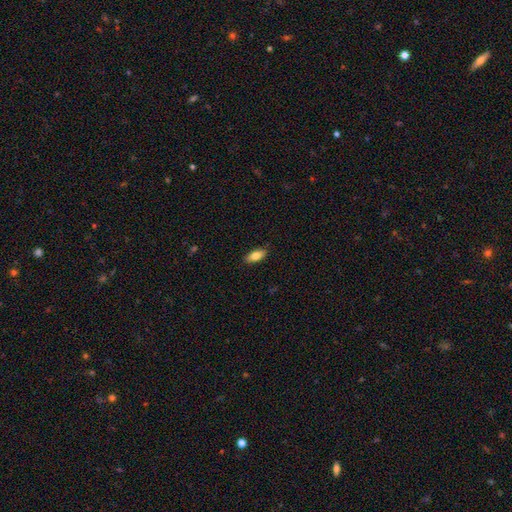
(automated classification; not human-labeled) Smooth or featured: smooth — 81% (featured or disk — 12%)
How rounded: in between — 85% (cigar-shaped — 12%)
Merging: none — 88% (minor disturbance — 9%)